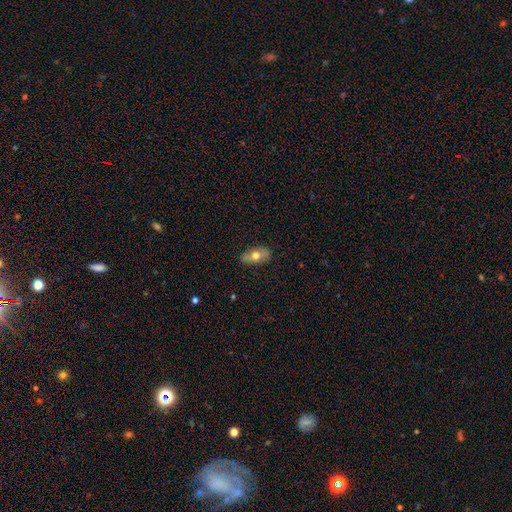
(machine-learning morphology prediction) Smooth or featured?
  - smooth: 59% *
  - featured or disk: 34%
  - star or artifact: 7%
How rounded?
  - in between: 87% *
  - cigar-shaped: 7%
  - round: 6%
Merging?
  - none: 81% *
  - minor disturbance: 15%
  - major disturbance: 3%
  - merger: 1%